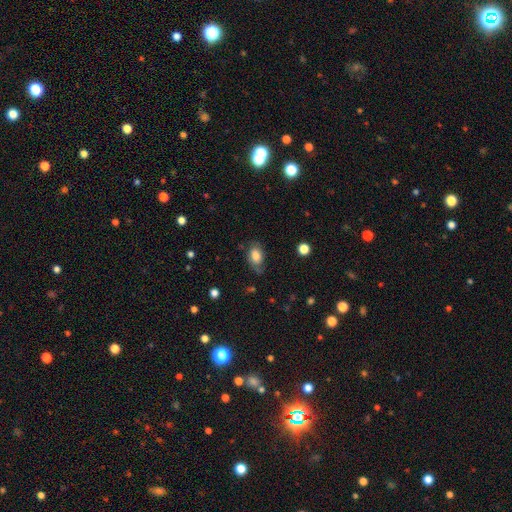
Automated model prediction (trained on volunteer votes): Smooth or featured? Predicted: smooth (p=0.74). How rounded? Predicted: in between (p=0.86). Merging? Predicted: none (p=0.62).